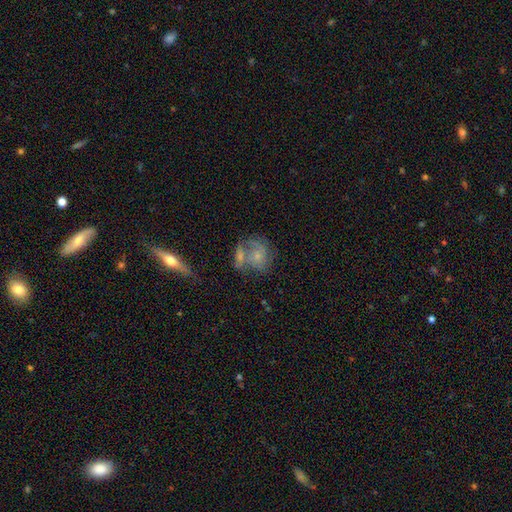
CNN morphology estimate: featured or disk 65%, smooth 26%, star or artifact 9%. Down the decision tree: edge-on disk — no (95%); bar — no (76%); spiral arms — yes (79%); bulge size — small (64%); merging — none (39%).